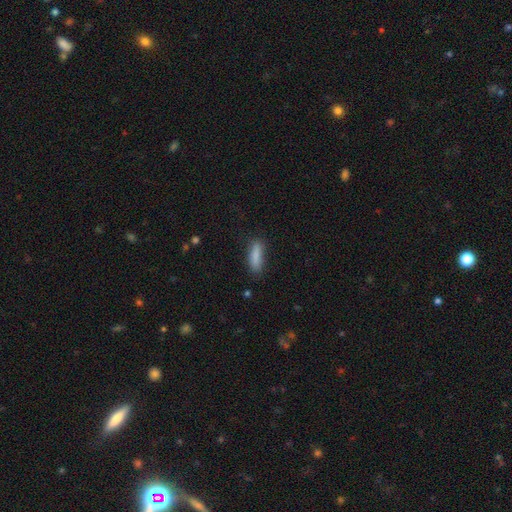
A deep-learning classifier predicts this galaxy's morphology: Smooth or featured? Predicted: smooth (p=0.86). How rounded? Predicted: cigar-shaped (p=0.55). Merging? Predicted: none (p=0.78).